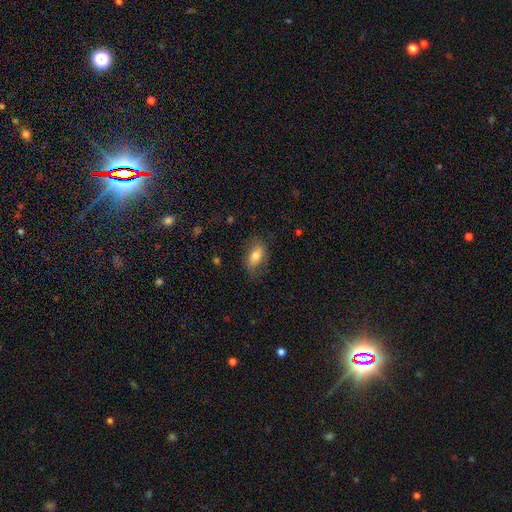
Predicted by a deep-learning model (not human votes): Smooth or featured? smooth (72%)
How rounded? in between (88%)
Merging? none (70%)